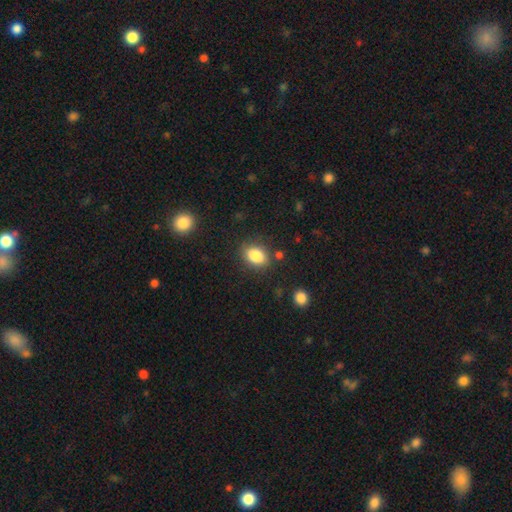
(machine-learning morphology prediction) type=smooth (85%); roundness=in between (72%); merging=none (82%).